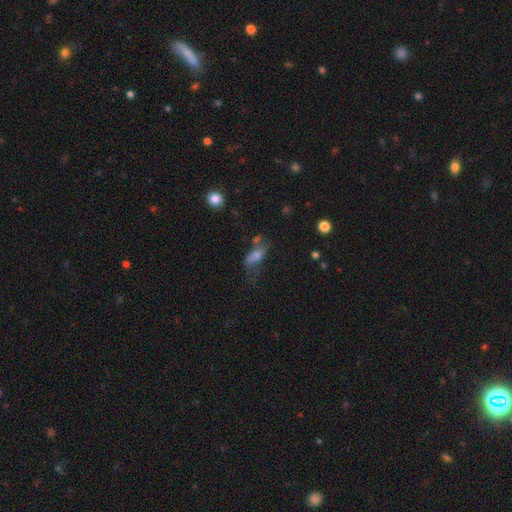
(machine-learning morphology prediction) This is likely a smooth galaxy (64%). How rounded: likely in between (76%). Merging: marginally major disturbance (34%).